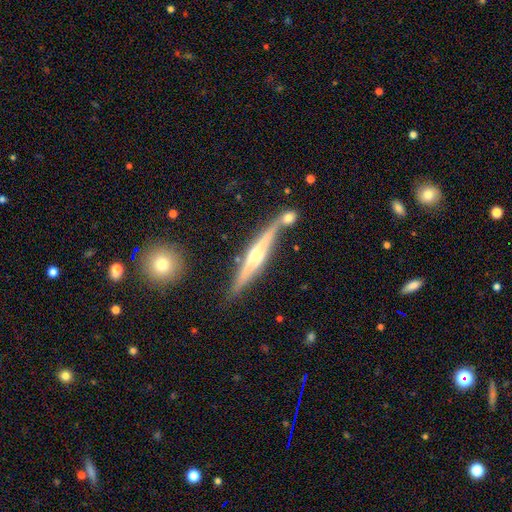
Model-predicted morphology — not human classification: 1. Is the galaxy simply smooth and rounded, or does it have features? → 75% featured or disk, 19% smooth, 6% star or artifact.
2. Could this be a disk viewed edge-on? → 96% yes, 4% no.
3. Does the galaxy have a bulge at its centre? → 69% rounded, 19% boxy, 12% none.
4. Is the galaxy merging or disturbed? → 67% none, 15% minor disturbance, 14% merger, 4% major disturbance.